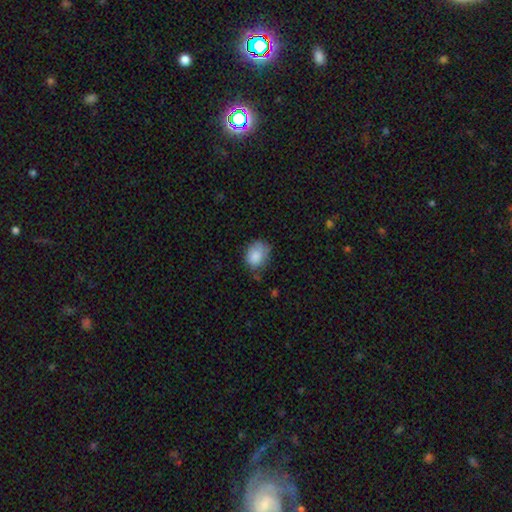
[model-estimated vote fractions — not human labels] The model was most divided on "how rounded": in between: 61%, round: 38%, cigar-shaped: 1%. More confident: smooth or featured — smooth (84%); merging — none (58%).